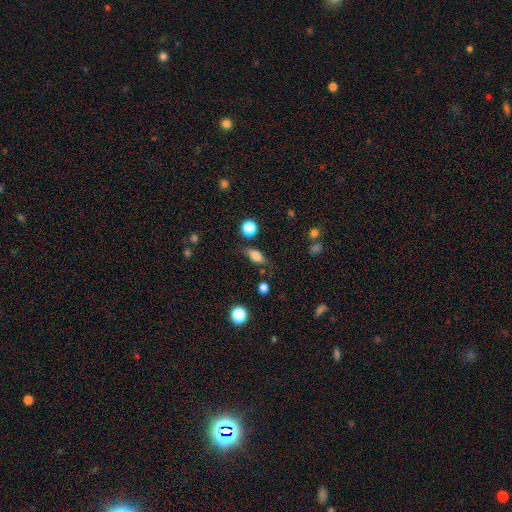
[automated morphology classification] A smooth galaxy with no disk features (80%) that is in between round and cigar-shaped (80%). Merging: none (73%).